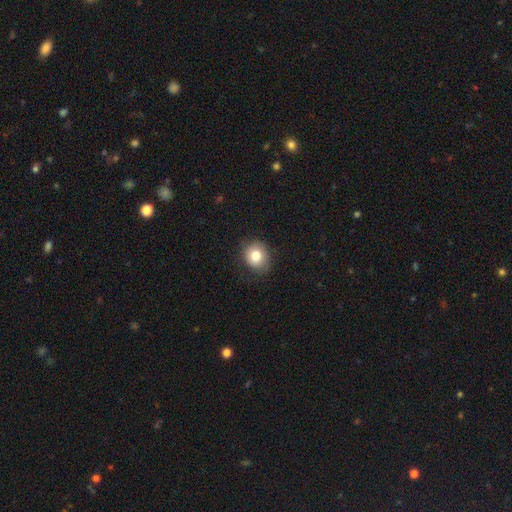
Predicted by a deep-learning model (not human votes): This appears to be a smooth galaxy with no disk features (80%) that is round (69%). Merging: none (80%).